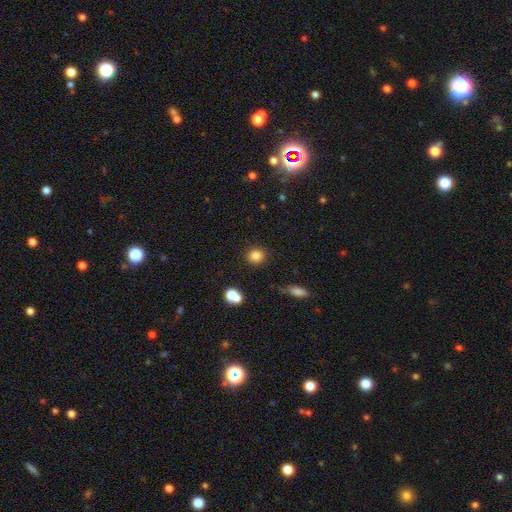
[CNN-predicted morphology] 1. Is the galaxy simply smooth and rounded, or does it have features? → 83% smooth, 11% star or artifact, 5% featured or disk.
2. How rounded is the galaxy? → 83% round, 16% in between, 1% cigar-shaped.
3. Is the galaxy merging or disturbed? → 88% none, 7% minor disturbance, 3% major disturbance, 2% merger.